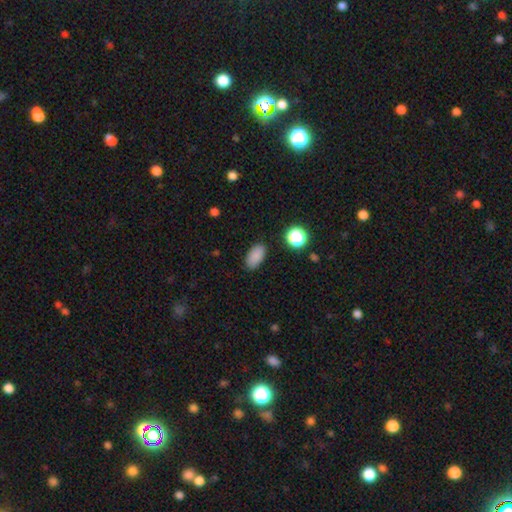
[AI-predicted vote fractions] smooth-or-featured: smooth: 85% | star or artifact: 10% | featured or disk: 5%
  how-rounded: in between: 91% | round: 6% | cigar-shaped: 3%
  merging: none: 86% | minor disturbance: 10% | major disturbance: 3% | merger: 1%